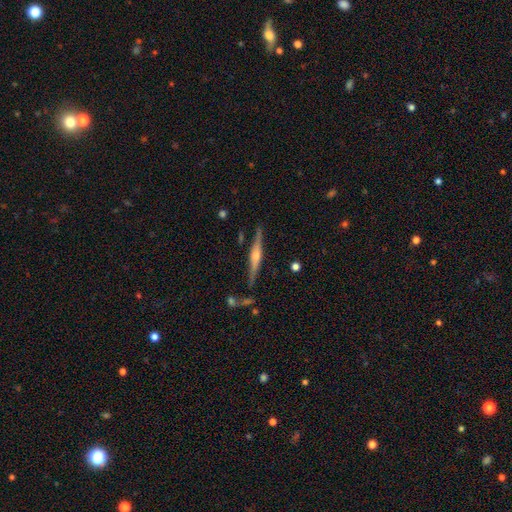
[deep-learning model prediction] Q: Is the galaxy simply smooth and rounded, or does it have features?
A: featured or disk — 78%.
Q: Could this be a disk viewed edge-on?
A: yes — 98%.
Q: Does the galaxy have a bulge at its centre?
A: rounded — 87%.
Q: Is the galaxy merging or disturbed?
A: none — 85%.